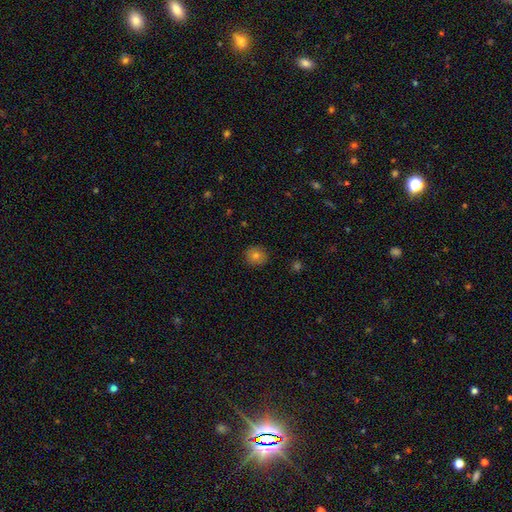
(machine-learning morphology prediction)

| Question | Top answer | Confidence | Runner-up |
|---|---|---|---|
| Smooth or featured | smooth | 77% | star or artifact (13%) |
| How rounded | round | 87% | in between (12%) |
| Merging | none | 90% | minor disturbance (8%) |